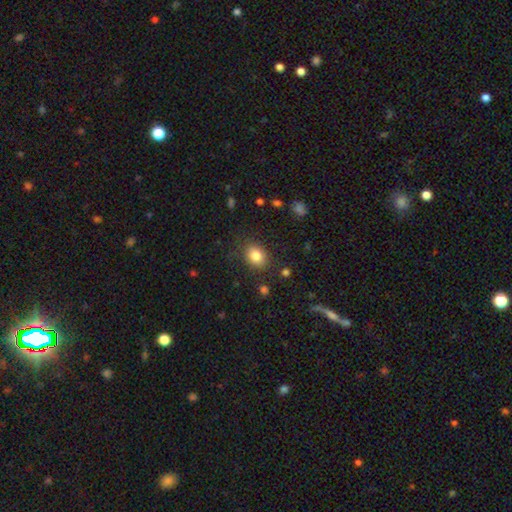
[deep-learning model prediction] The model was most divided on "how rounded": in between: 56%, round: 43%, cigar-shaped: 1%. More confident: merging — none (83%); smooth or featured — smooth (82%).